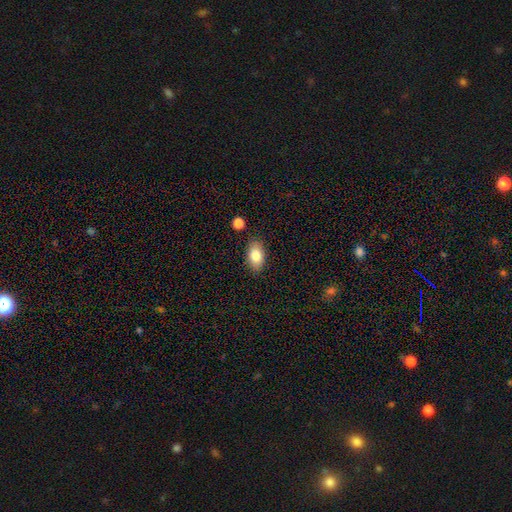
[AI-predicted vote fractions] A smooth galaxy with no disk features (82%) that is in between round and cigar-shaped (91%). Merging: none (85%).